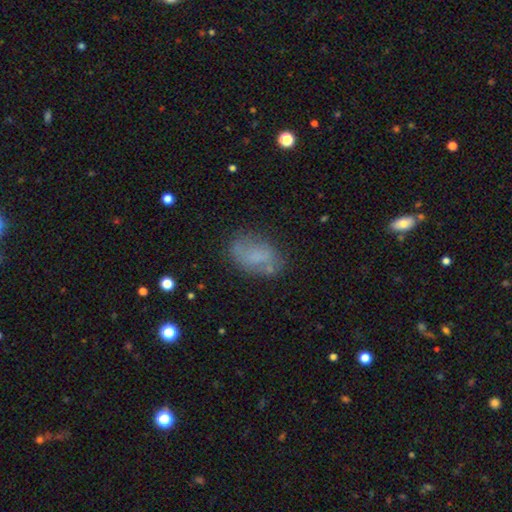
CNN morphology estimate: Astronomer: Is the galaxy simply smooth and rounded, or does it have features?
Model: smooth — 62%.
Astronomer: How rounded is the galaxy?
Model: in between — 87%.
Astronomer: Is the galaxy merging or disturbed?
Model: none — 62%.